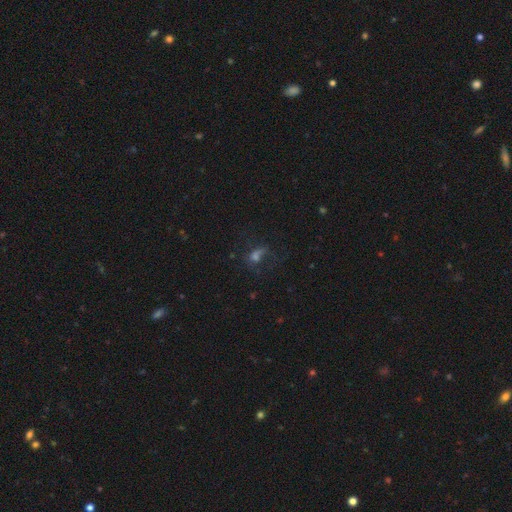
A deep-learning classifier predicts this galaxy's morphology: Smooth or featured? smooth (37%)
Merging? none (43%)